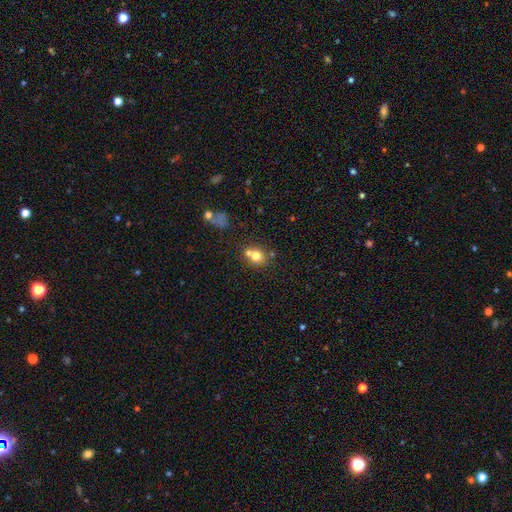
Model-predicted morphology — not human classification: type=smooth (72%); roundness=round (73%); merging=none (46%).